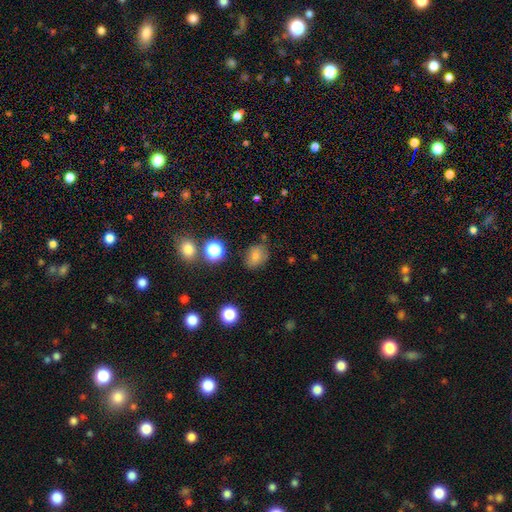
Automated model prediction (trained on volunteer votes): Smooth or featured: smooth — 75% (star or artifact — 16%)
How rounded: in between — 57% (round — 42%)
Merging: none — 72% (minor disturbance — 18%)